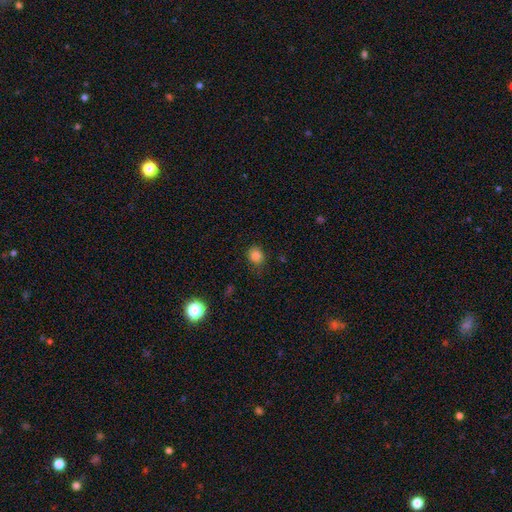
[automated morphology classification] The model was most divided on "how rounded": round: 76%, in between: 23%, cigar-shaped: 1%. More confident: smooth or featured — smooth (83%); merging — none (80%).